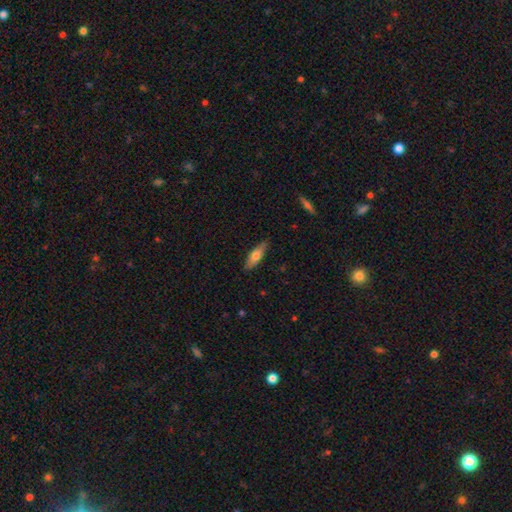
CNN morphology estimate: smooth_or_featured: smooth (p=0.66) [alt: featured or disk p=0.28]
how_rounded: cigar-shaped (p=0.51) [alt: in between p=0.47]
merging: none (p=0.84) [alt: minor disturbance p=0.13]